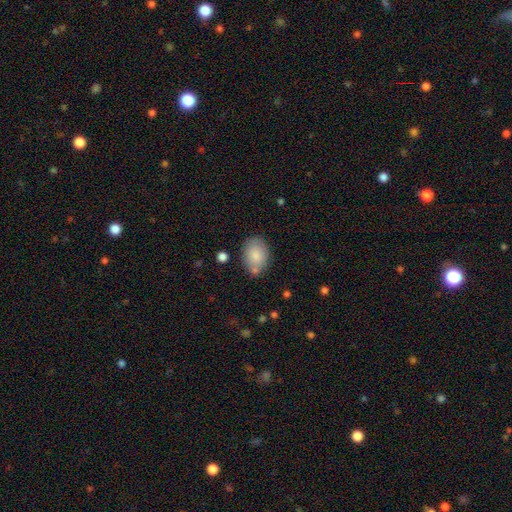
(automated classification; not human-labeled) This is clearly a smooth galaxy (83%). How rounded: clearly in between (81%). Merging: likely none (70%).